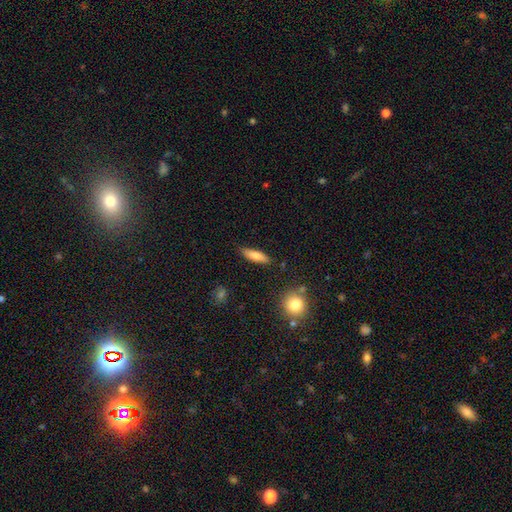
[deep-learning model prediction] smooth 74%, featured or disk 19%, star or artifact 7%. Down the decision tree: how rounded — cigar-shaped (59%); merging — none (83%).